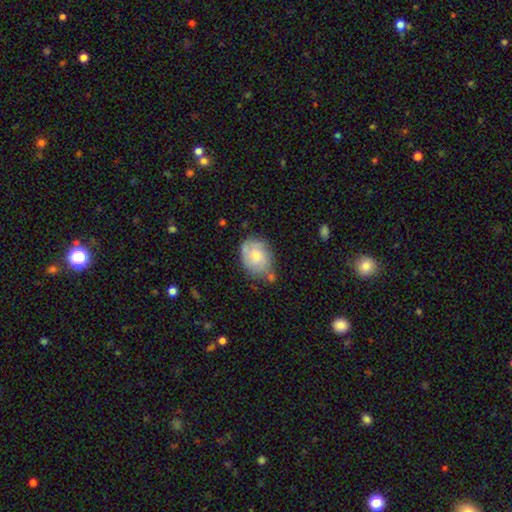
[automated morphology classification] A smooth galaxy with no disk features (55%) that is in between round and cigar-shaped (61%). Merging: none (61%).